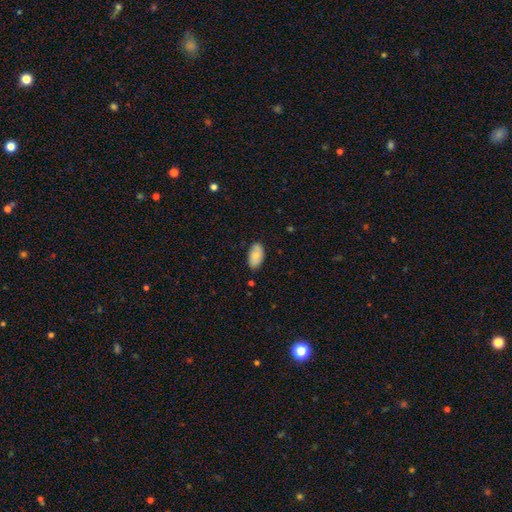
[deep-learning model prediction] Smooth or featured?
  - smooth: 75% *
  - featured or disk: 19%
  - star or artifact: 6%
How rounded?
  - in between: 95% *
  - round: 3%
  - cigar-shaped: 2%
Merging?
  - none: 83% *
  - minor disturbance: 14%
  - major disturbance: 2%
  - merger: 1%